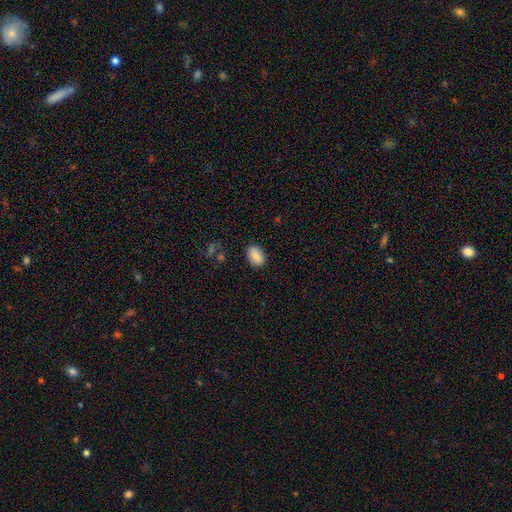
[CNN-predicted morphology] smooth_or_featured: smooth (p=0.82) [alt: featured or disk p=0.10]
how_rounded: in between (p=0.87) [alt: round p=0.11]
merging: none (p=0.85) [alt: minor disturbance p=0.11]